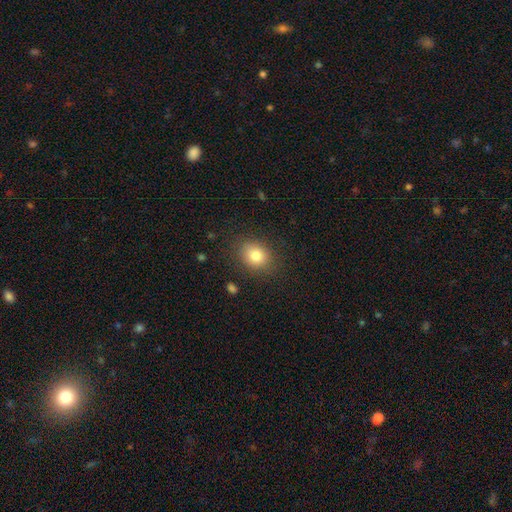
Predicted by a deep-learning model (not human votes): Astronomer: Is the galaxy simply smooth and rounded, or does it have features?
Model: smooth — 80%.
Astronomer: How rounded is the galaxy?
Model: round — 52% (runner-up: in between, 47%).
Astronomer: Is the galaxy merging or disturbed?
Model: none — 83%.